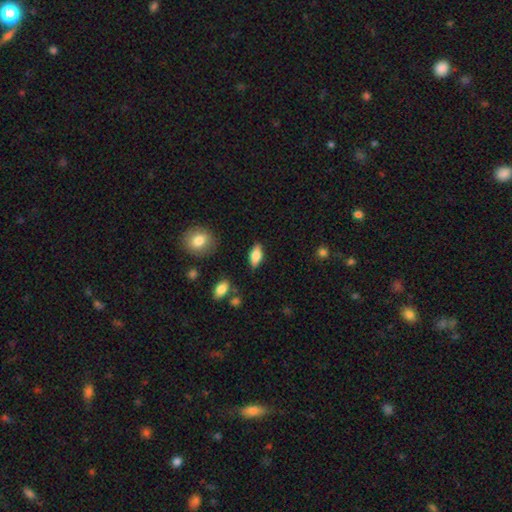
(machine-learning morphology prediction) Smooth or featured? smooth (72%)
How rounded? in between (82%)
Merging? none (84%)